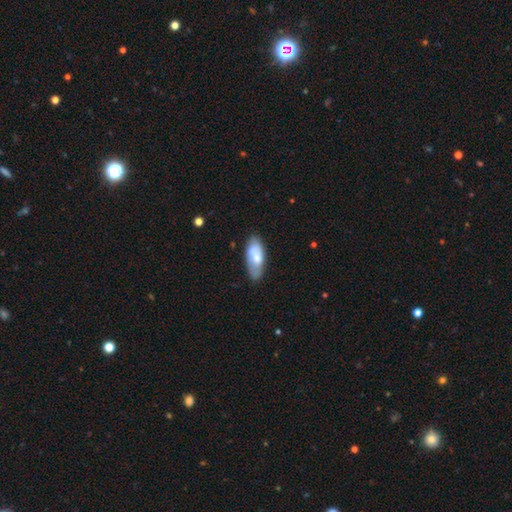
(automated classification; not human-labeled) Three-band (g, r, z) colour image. It shows a smooth galaxy with no disk features (64%) that is in between round and cigar-shaped (84%). Merging: none (69%).